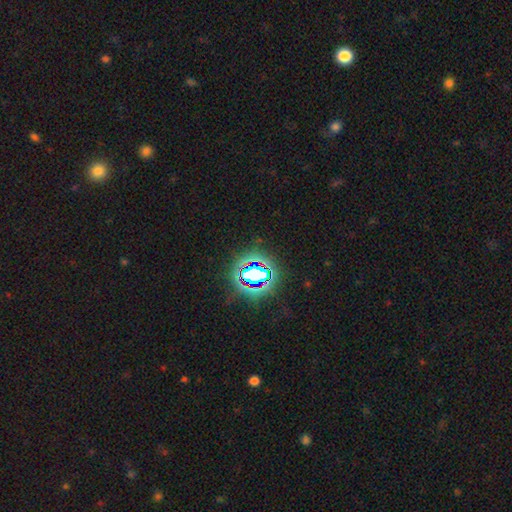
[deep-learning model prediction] Smooth or featured: star or artifact — 79% (smooth — 13%)